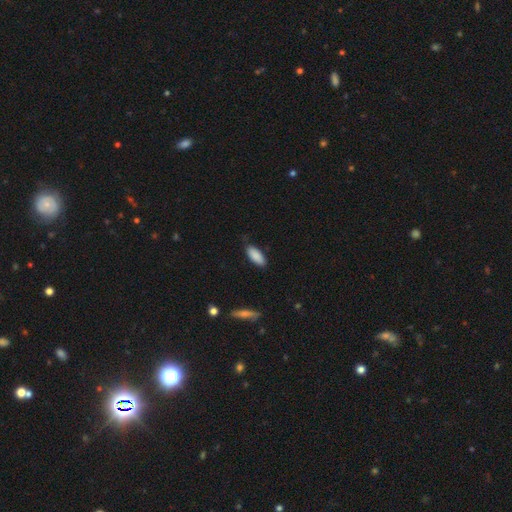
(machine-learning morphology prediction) The model was most divided on "merging": none: 78%, minor disturbance: 17%, major disturbance: 3%, merger: 1%. More confident: smooth or featured — smooth (88%); how rounded — in between (82%).